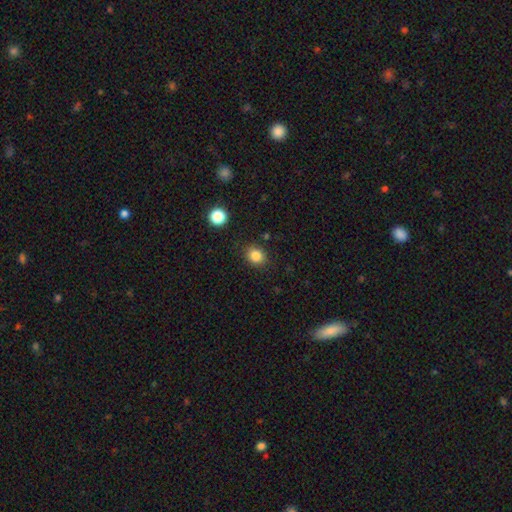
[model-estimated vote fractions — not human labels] A smooth galaxy with no disk features (84%) that is round (69%). Merging: none (86%).